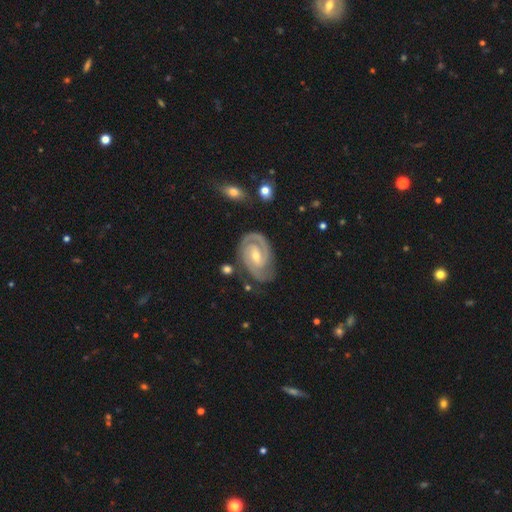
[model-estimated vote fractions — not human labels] smooth-or-featured: featured or disk: 90% | smooth: 6% | star or artifact: 4%
  disk-edge-on: no: 97% | yes: 3%
    bar: weak: 48% | no: 32% | strong: 20%
    has-spiral-arms: yes: 98% | no: 2%
      spiral-winding: tight: 66% | medium: 29% | loose: 5%
      spiral-arm-count: 2: 84% | can't tell: 5% | 3: 5% | 1: 3% | 4: 1% | more than 4: 1%
    bulge-size: small: 51% | moderate: 45% | large: 2% | none: 1% | dominant: 1%
  merging: none: 76% | minor disturbance: 16% | major disturbance: 5% | merger: 3%